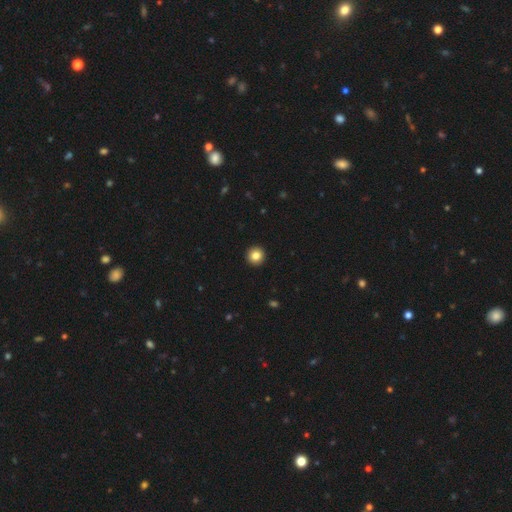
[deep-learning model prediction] Smooth or featured? smooth (85%)
How rounded? round (95%)
Merging? none (94%)